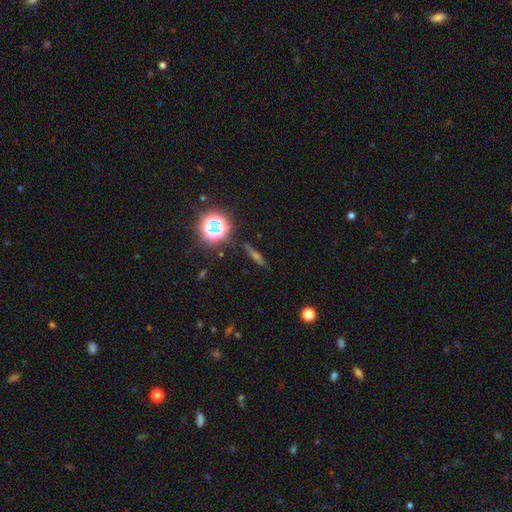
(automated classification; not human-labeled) Overall: featured or disk (38%; smooth 33%). Merging: none (87%).